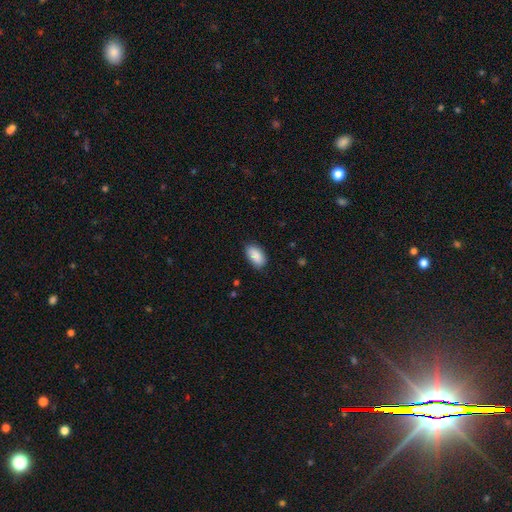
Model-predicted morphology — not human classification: smooth 89%, star or artifact 7%, featured or disk 5%. Down the decision tree: how rounded — in between (94%); merging — none (85%).